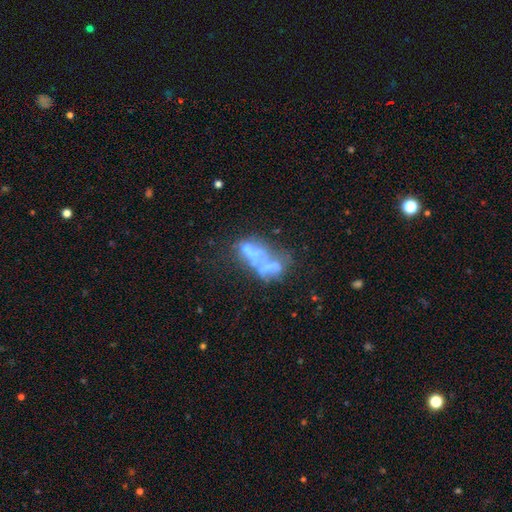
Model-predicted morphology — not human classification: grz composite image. It shows a featured or disk galaxy (59%) with no bar (91%), no spiral arms (95%) and no central bulge (72%). Merging: merger (45%).